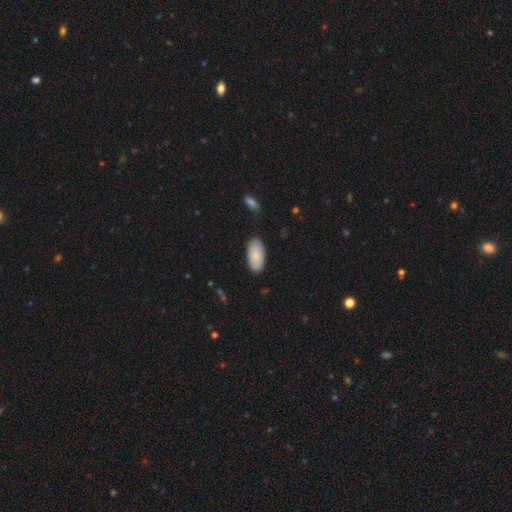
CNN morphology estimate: smooth 86%, featured or disk 8%, star or artifact 6%. Down the decision tree: how rounded — in between (95%); merging — none (84%).